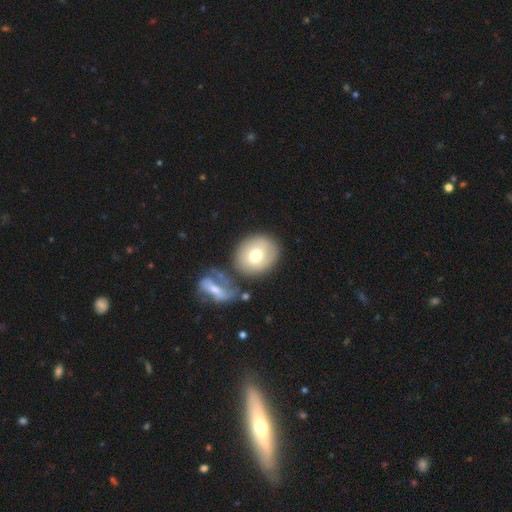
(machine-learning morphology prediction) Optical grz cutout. It shows a smooth galaxy with no disk features (68%) that is round (69%). Merging: none (65%).